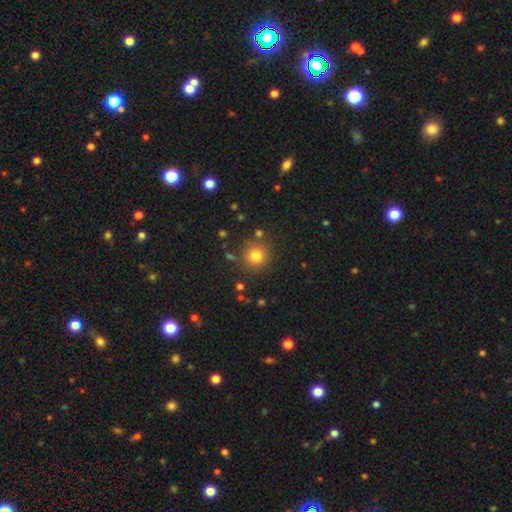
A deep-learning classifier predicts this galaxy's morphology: smooth_or_featured: smooth (p=0.78) [alt: star or artifact p=0.15]
how_rounded: round (p=0.93) [alt: in between p=0.06]
merging: none (p=0.82) [alt: minor disturbance p=0.09]